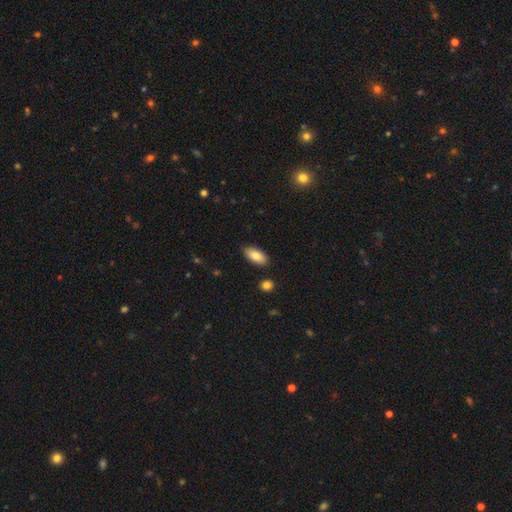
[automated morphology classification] A smooth galaxy with no disk features (80%) that is in between round and cigar-shaped (91%).

Vote fractions:
- Smooth or featured? smooth: 80% / featured or disk: 14% / star or artifact: 7%
- How rounded? in between: 91% / cigar-shaped: 7% / round: 3%
- Merging? none: 88% / minor disturbance: 8% / merger: 2% / major disturbance: 2%